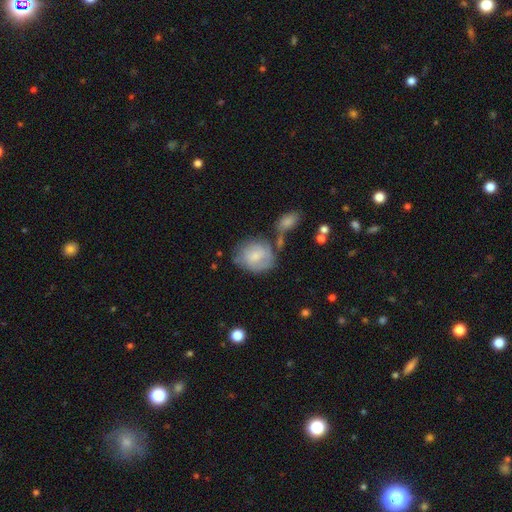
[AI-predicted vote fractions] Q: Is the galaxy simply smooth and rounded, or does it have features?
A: smooth — 65%.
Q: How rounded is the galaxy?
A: round — 67%.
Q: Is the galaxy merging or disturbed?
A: none — 47%.